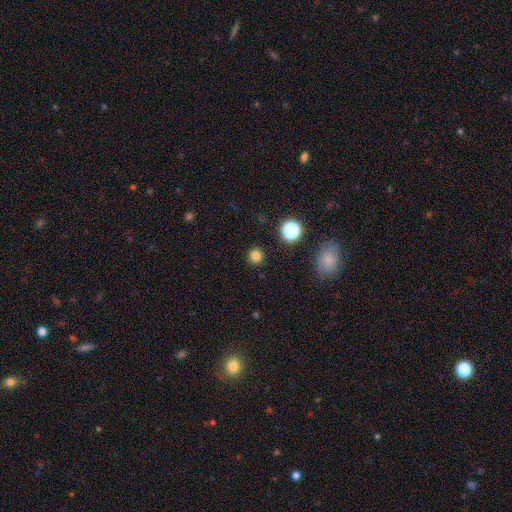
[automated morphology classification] A smooth galaxy with no disk features (79%) that is round (93%).

Vote fractions:
- Smooth or featured? smooth: 79% / star or artifact: 16% / featured or disk: 4%
- How rounded? round: 93% / in between: 6% / cigar-shaped: 1%
- Merging? none: 90% / minor disturbance: 6% / major disturbance: 2% / merger: 1%